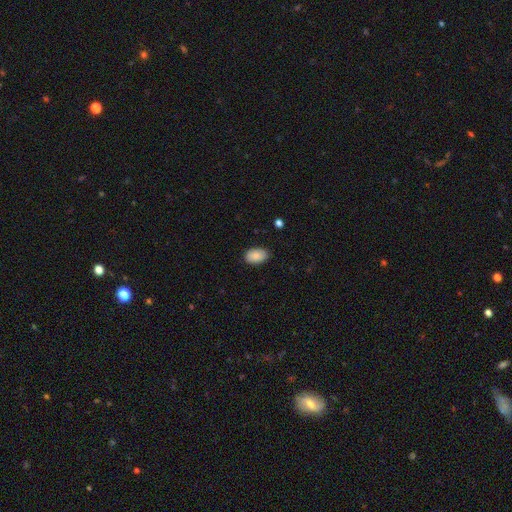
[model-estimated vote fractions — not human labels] This appears to be a smooth galaxy with no disk features (89%) that is in between round and cigar-shaped (90%). Merging: none (87%).